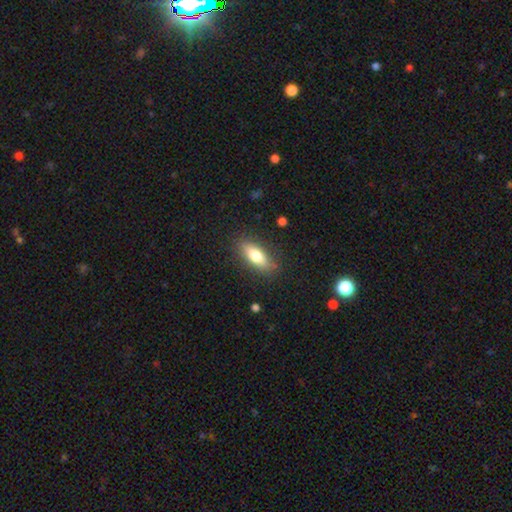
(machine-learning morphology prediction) smooth_or_featured: smooth (p=0.74) [alt: featured or disk p=0.19]
how_rounded: in between (p=0.71) [alt: cigar-shaped p=0.26]
merging: none (p=0.84) [alt: minor disturbance p=0.11]